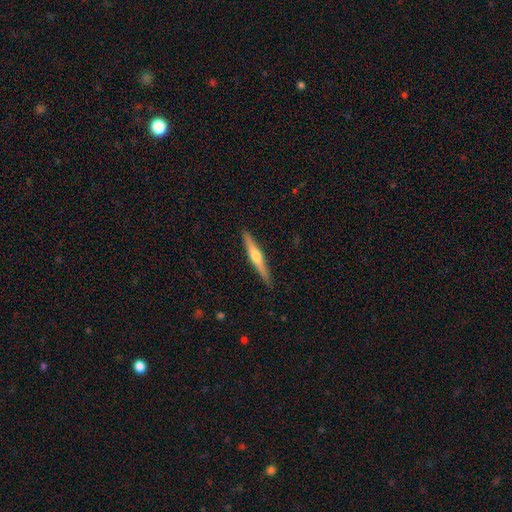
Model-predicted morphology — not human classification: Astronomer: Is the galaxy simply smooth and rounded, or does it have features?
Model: featured or disk — 64%.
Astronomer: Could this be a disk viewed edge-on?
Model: yes — 97%.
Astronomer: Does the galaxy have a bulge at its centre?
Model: rounded — 89%.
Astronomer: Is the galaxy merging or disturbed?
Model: none — 90%.